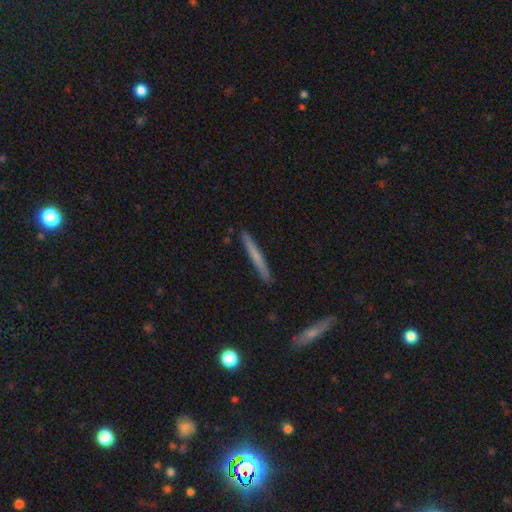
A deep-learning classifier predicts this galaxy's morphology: Overall: smooth (58%; featured or disk 36%). How rounded: cigar-shaped (97%). Merging: none (91%).